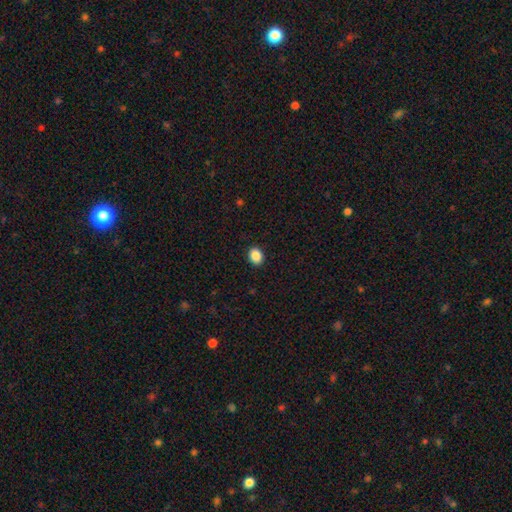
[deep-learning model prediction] Morphology: type=smooth (88%); roundness=in between (55%); merging=none (91%).